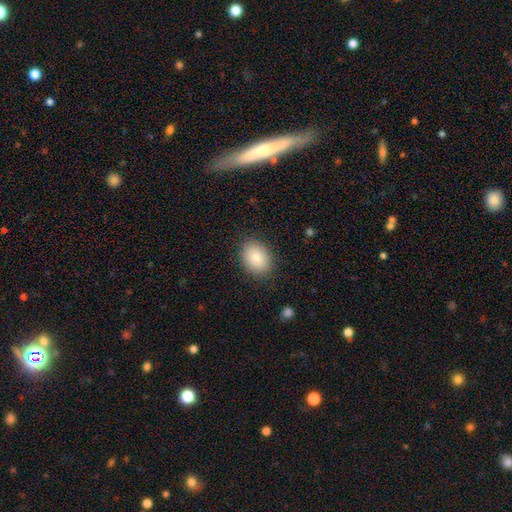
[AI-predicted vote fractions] smooth-or-featured: smooth: 87% | star or artifact: 7% | featured or disk: 6%
  how-rounded: in between: 70% | round: 29% | cigar-shaped: 1%
  merging: none: 86% | minor disturbance: 10% | major disturbance: 3% | merger: 1%